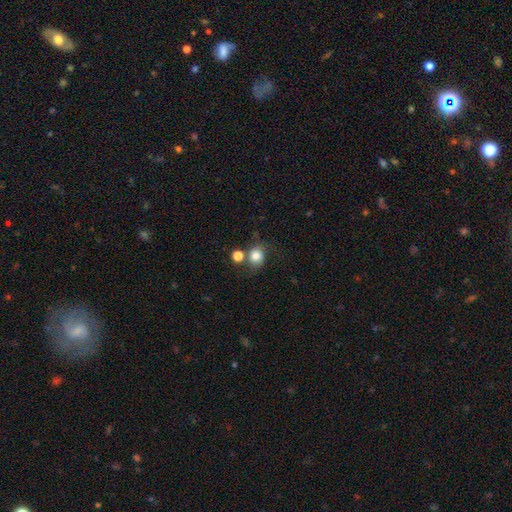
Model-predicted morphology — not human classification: A smooth galaxy with no disk features (80%) that is round (74%).

Vote fractions:
- Smooth or featured? smooth: 80% / star or artifact: 11% / featured or disk: 9%
- How rounded? round: 74% / in between: 25% / cigar-shaped: 1%
- Merging? none: 59% / merger: 20% / minor disturbance: 15% / major disturbance: 6%